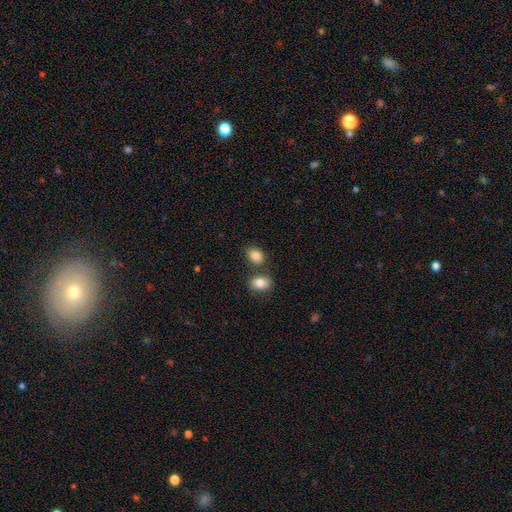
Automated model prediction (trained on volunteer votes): A smooth galaxy with no disk features (85%) that is in between round and cigar-shaped (66%). Merging: none (61%).